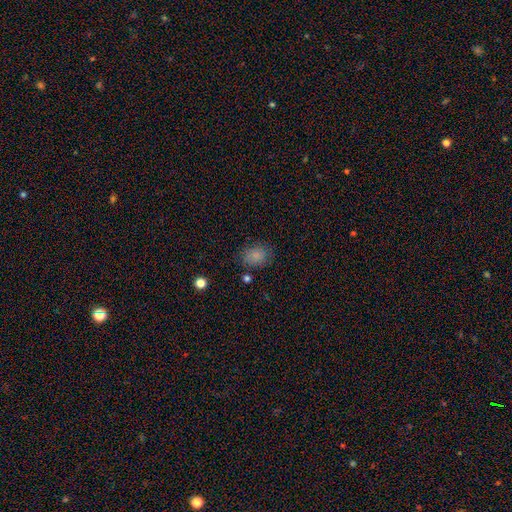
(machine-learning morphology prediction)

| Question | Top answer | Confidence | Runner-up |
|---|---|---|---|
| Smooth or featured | smooth | 84% | star or artifact (11%) |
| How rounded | round | 57% | in between (42%) |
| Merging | none | 79% | minor disturbance (14%) |